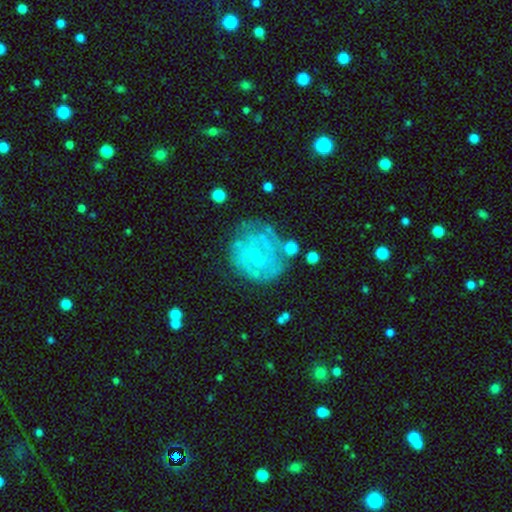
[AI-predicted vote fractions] Smooth or featured?
  - featured or disk: 74% *
  - smooth: 18%
  - star or artifact: 8%
Edge-on disk?
  - no: 98% *
  - yes: 2%
Bar?
  - weak: 46% *
  - no: 45%
  - strong: 10%
Spiral arms?
  - yes: 83% *
  - no: 17%
Spiral winding?
  - tight: 66% *
  - medium: 26%
  - loose: 8%
Spiral arm count?
  - can't tell: 42% *
  - 2: 33%
  - 3: 12%
  - 4: 5%
  - 1: 5%
  - more than 4: 4%
Bulge size?
  - small: 73% *
  - moderate: 16%
  - none: 9%
  - large: 1%
  - dominant: 1%
Merging?
  - none: 69% *
  - minor disturbance: 19%
  - major disturbance: 9%
  - merger: 3%